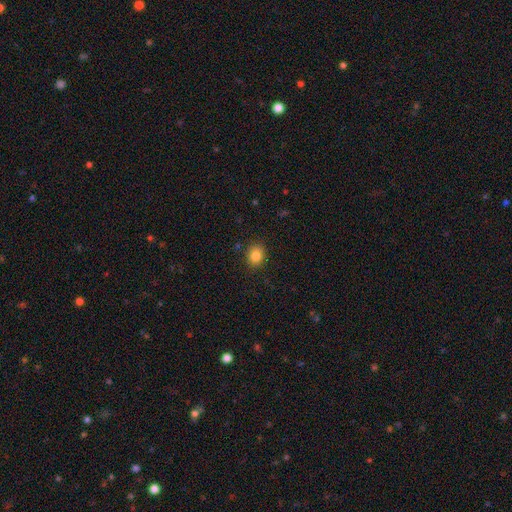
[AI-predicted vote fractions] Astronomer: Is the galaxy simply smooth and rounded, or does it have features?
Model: smooth — 83%.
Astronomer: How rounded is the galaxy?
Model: round — 51% (runner-up: in between, 48%).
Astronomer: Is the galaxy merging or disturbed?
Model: none — 88%.